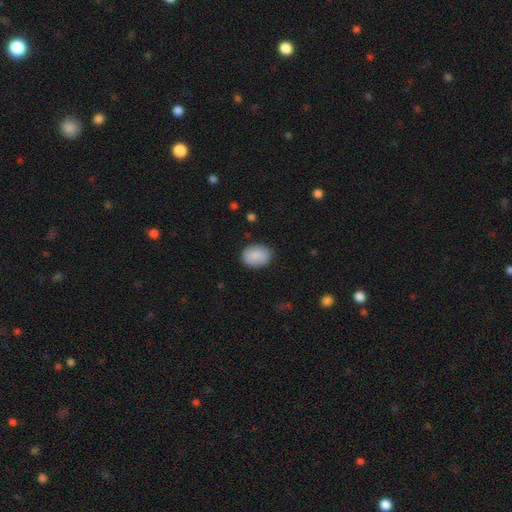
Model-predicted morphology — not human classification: Smooth or featured: smooth — 86% (featured or disk — 8%)
How rounded: in between — 66% (round — 33%)
Merging: none — 85% (minor disturbance — 11%)